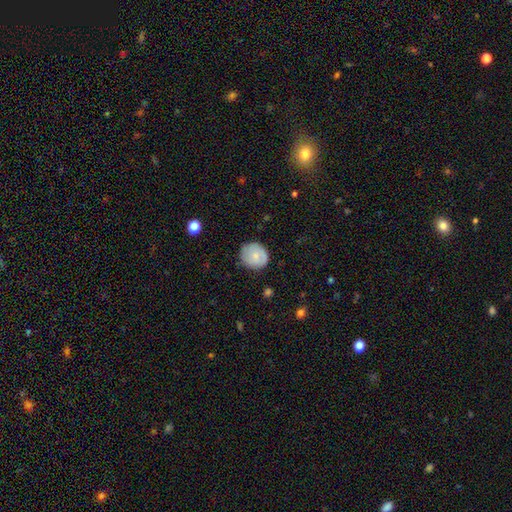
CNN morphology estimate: Smooth or featured? smooth (72%)
How rounded? round (78%)
Merging? none (77%)